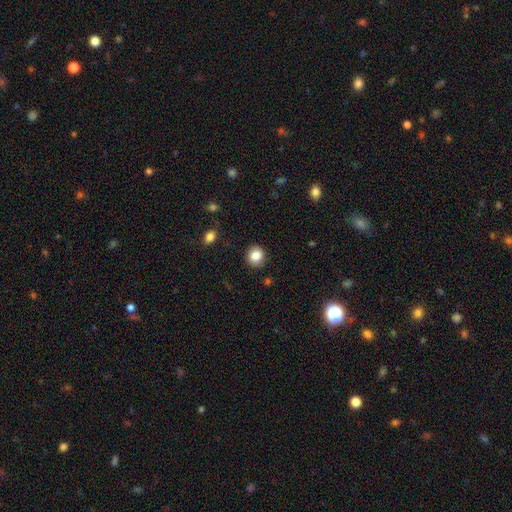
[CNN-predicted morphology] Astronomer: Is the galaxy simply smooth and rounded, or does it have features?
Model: smooth — 84%.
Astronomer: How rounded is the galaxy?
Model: round — 83%.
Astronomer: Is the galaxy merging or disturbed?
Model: none — 89%.